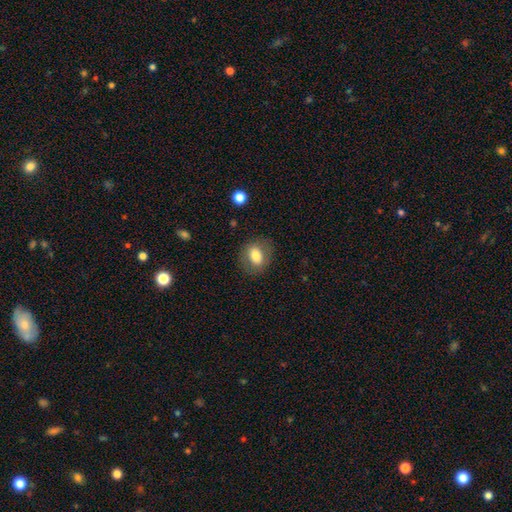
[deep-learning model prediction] A smooth galaxy with no disk features (76%) that is in between round and cigar-shaped (62%).

Vote fractions:
- Smooth or featured? smooth: 76% / featured or disk: 16% / star or artifact: 8%
- How rounded? in between: 62% / round: 37% / cigar-shaped: 1%
- Merging? none: 80% / minor disturbance: 13% / major disturbance: 6% / merger: 1%